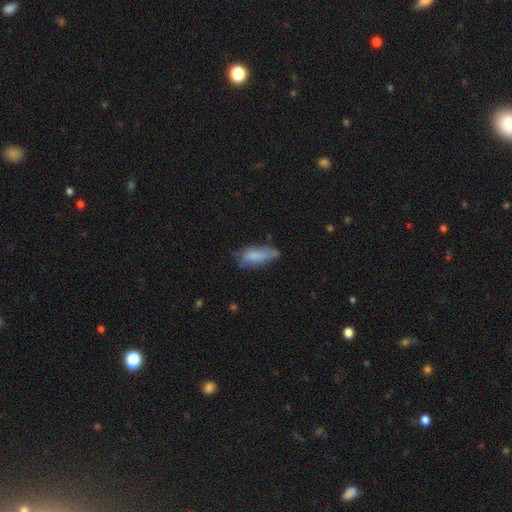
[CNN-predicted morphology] The model was most divided on "merging": none: 48%, minor disturbance: 35%, major disturbance: 13%, merger: 4%. More confident: how rounded — in between (72%); smooth or featured — smooth (71%).